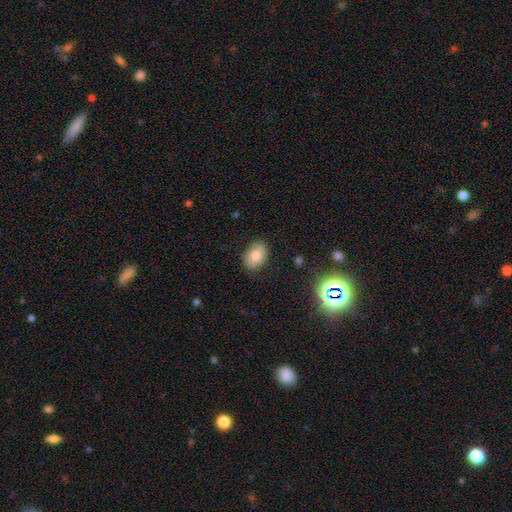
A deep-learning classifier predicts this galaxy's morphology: smooth_or_featured: smooth (p=0.75) [alt: featured or disk p=0.16]
how_rounded: in between (p=0.68) [alt: round p=0.31]
merging: none (p=0.84) [alt: minor disturbance p=0.13]